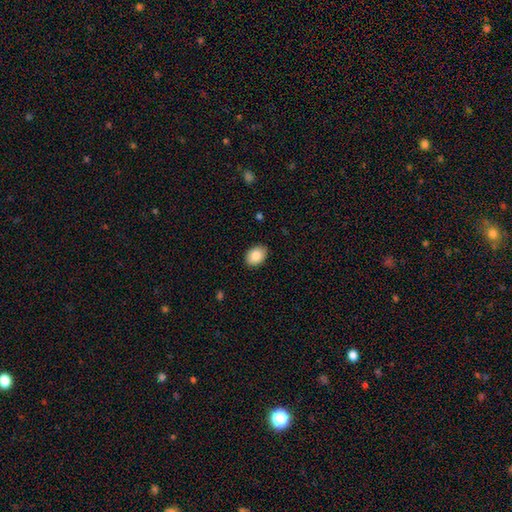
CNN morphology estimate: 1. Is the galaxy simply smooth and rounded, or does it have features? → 88% smooth, 7% star or artifact, 5% featured or disk.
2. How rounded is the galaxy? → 74% in between, 25% round, 1% cigar-shaped.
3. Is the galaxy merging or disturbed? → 88% none, 9% minor disturbance, 2% major disturbance, 1% merger.